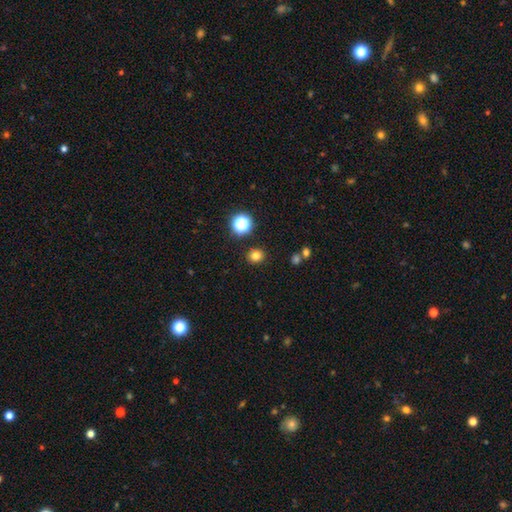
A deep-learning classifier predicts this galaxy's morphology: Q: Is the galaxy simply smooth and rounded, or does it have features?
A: smooth — 79%.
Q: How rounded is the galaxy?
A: round — 84%.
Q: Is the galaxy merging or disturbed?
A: none — 89%.